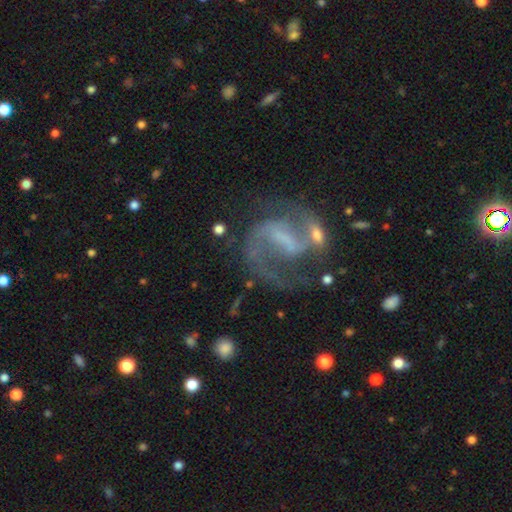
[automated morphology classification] smooth-or-featured: featured or disk: 86% | star or artifact: 7% | smooth: 6%
  disk-edge-on: no: 98% | yes: 2%
    bar: strong: 49% | weak: 37% | no: 14%
    has-spiral-arms: yes: 94% | no: 6%
      spiral-winding: medium: 56% | loose: 26% | tight: 18%
      spiral-arm-count: 2: 85% | 1: 7% | can't tell: 4% | 3: 2% | 4: 1% | more than 4: 1%
    bulge-size: none: 50% | small: 31% | moderate: 14% | large: 4% | dominant: 1%
  merging: none: 60% | major disturbance: 16% | minor disturbance: 16% | merger: 8%